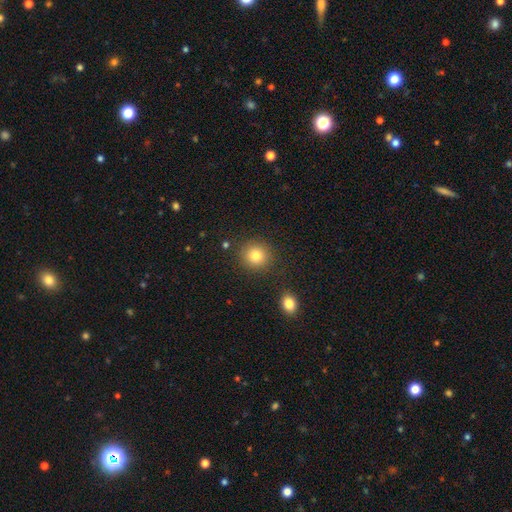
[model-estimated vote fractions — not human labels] smooth_or_featured: smooth (p=0.82) [alt: star or artifact p=0.11]
how_rounded: round (p=0.90) [alt: in between p=0.09]
merging: none (p=0.86) [alt: minor disturbance p=0.08]